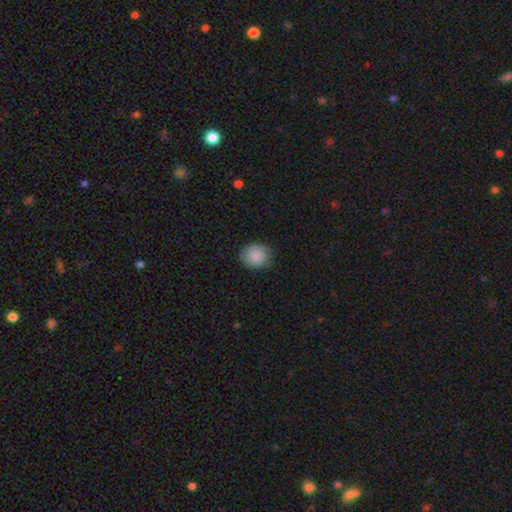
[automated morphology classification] Q: Smooth or featured?
A: smooth (86%); runner-up: star or artifact (7%)
Q: How rounded?
A: round (76%); runner-up: in between (23%)
Q: Merging?
A: none (82%); runner-up: minor disturbance (14%)